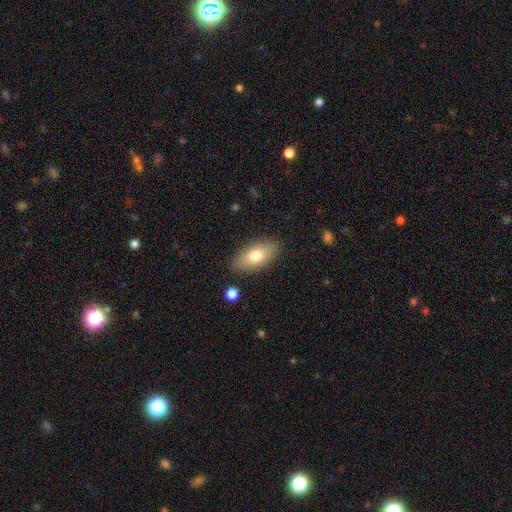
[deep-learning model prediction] Smooth or featured?
  - smooth: 73% *
  - featured or disk: 20%
  - star or artifact: 7%
How rounded?
  - in between: 88% *
  - cigar-shaped: 8%
  - round: 4%
Merging?
  - none: 85% *
  - minor disturbance: 10%
  - major disturbance: 3%
  - merger: 2%